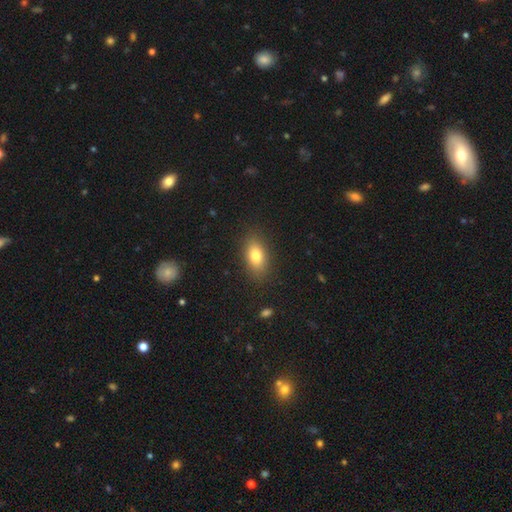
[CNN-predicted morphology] This is likely a smooth galaxy (80%). How rounded: clearly in between (87%). Merging: clearly none (86%).